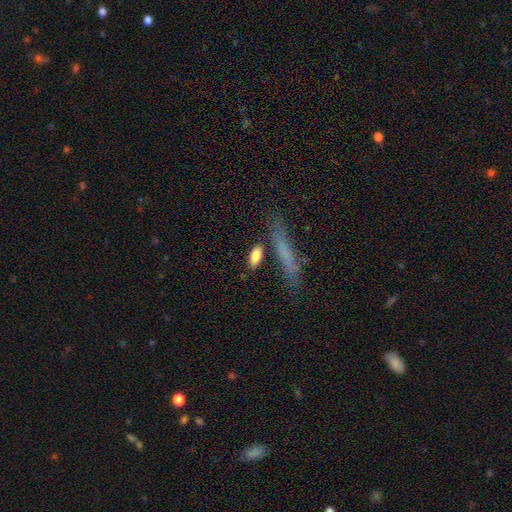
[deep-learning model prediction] This is clearly a smooth galaxy (81%). How rounded: likely in between (76%). Merging: likely none (74%).